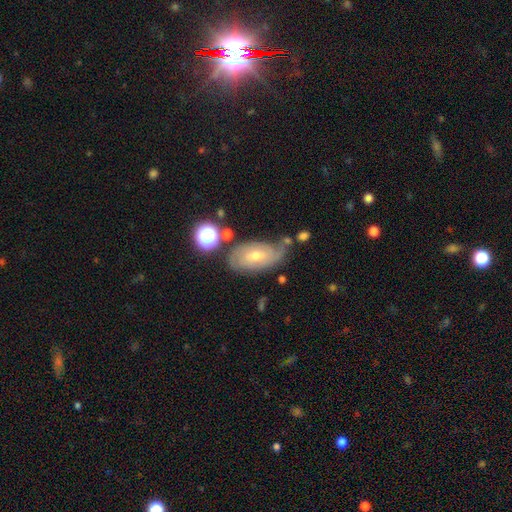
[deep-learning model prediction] Smooth or featured: featured or disk — 57% (smooth — 32%)
Edge-on disk: no — 91% (yes — 9%)
Bar: no — 66% (weak — 29%)
Spiral arms: yes — 80% (no — 20%)
Bulge size: small — 52% (moderate — 44%)
Merging: none — 54% (minor disturbance — 26%)